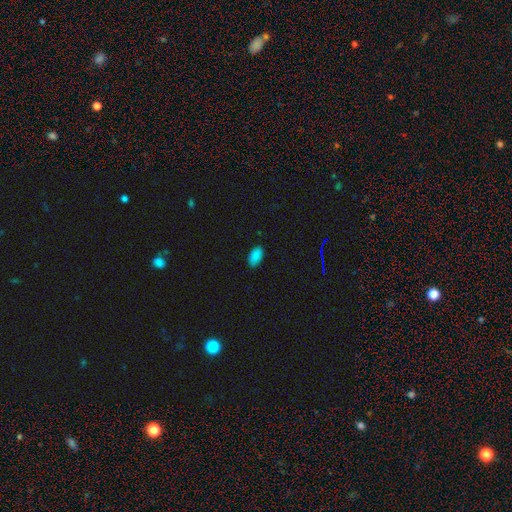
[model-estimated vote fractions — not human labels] Morphology: type=smooth (85%); roundness=in between (94%); merging=none (85%).